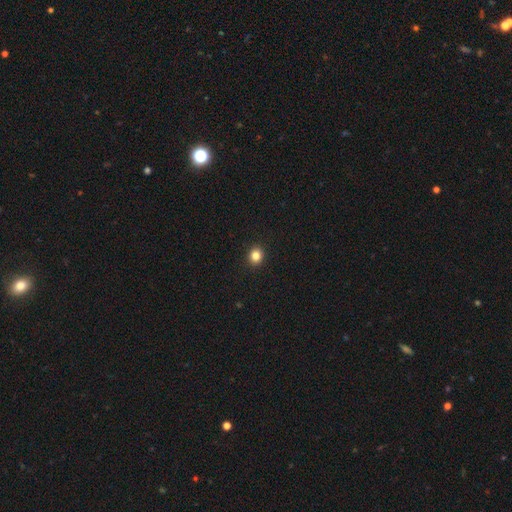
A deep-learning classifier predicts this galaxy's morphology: A smooth galaxy with no disk features (84%) that is round (81%). Merging: none (93%).